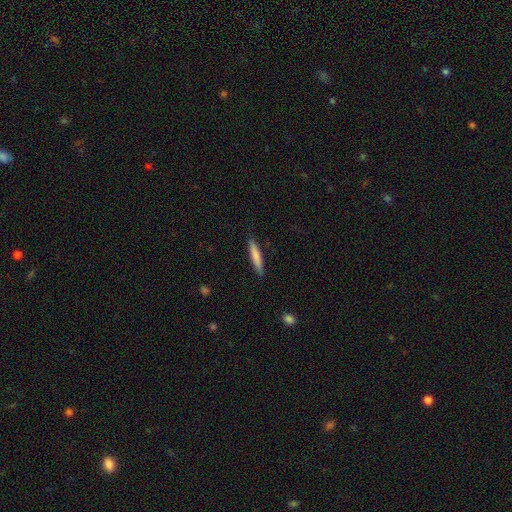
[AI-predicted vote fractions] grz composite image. It shows a smooth galaxy with no disk features (77%) that is cigar-shaped (91%). Merging: none (89%).